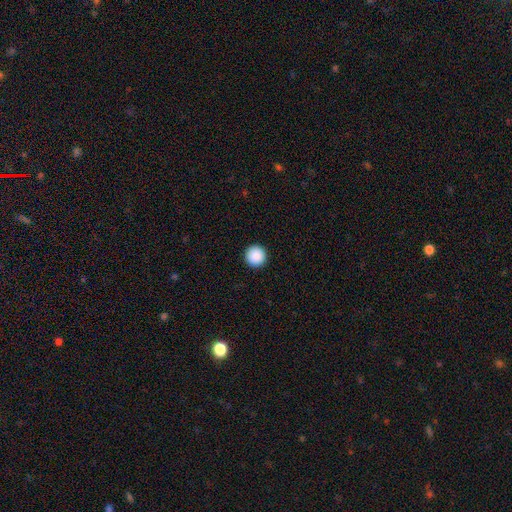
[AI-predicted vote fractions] Smooth or featured: smooth — 89% (star or artifact — 8%)
How rounded: round — 97% (in between — 2%)
Merging: none — 94% (minor disturbance — 4%)